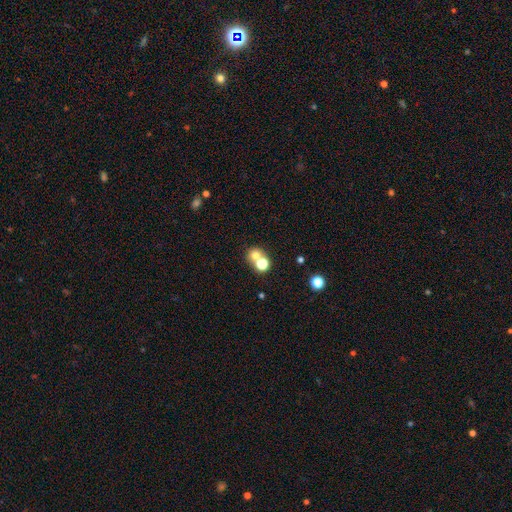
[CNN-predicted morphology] smooth_or_featured: smooth (p=0.70) [alt: star or artifact p=0.18]
how_rounded: round (p=0.83) [alt: in between p=0.16]
merging: none (p=0.48) [alt: merger p=0.43]